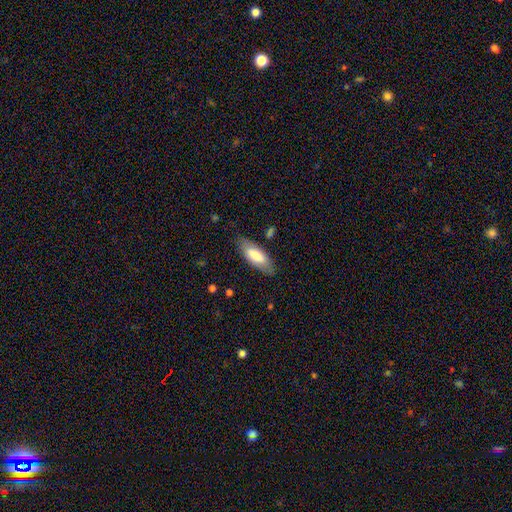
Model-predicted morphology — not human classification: smooth_or_featured: smooth (p=0.75) [alt: featured or disk p=0.20]
how_rounded: in between (p=0.74) [alt: cigar-shaped p=0.24]
merging: none (p=0.80) [alt: minor disturbance p=0.15]